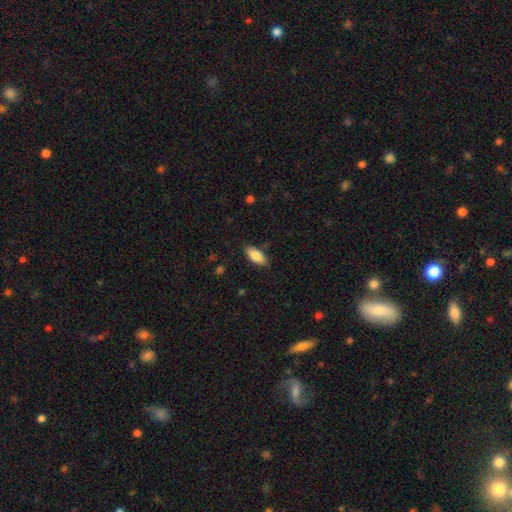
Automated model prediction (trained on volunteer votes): A smooth galaxy with no disk features (85%) that is in between round and cigar-shaped (87%). Merging: none (84%).